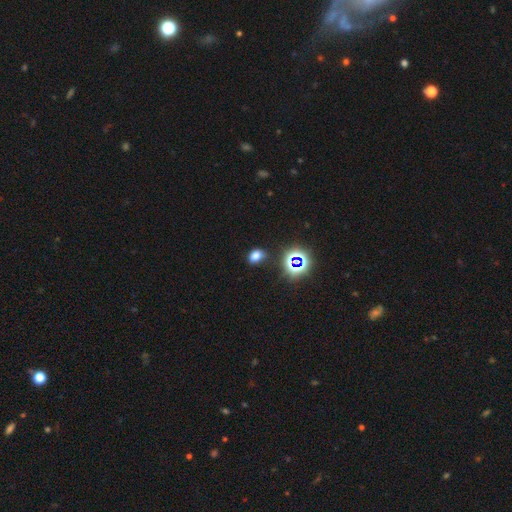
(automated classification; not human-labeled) This is likely a smooth galaxy (69%). How rounded: likely in between (70%). Merging: likely none (78%).